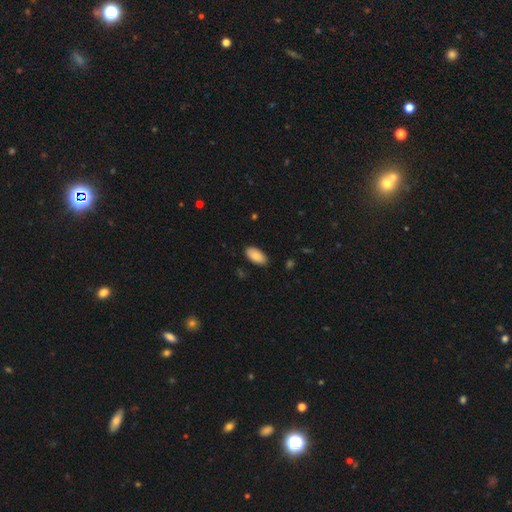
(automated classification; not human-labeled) This is clearly a smooth galaxy (87%). How rounded: clearly in between (94%). Merging: clearly none (86%).